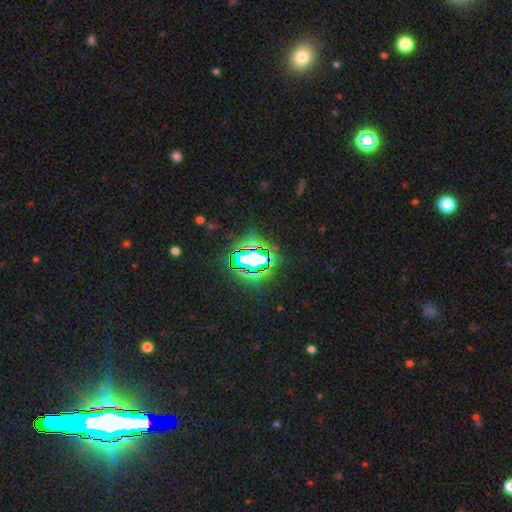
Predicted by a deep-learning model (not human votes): smooth_or_featured: star or artifact (p=0.74) [alt: smooth p=0.15]